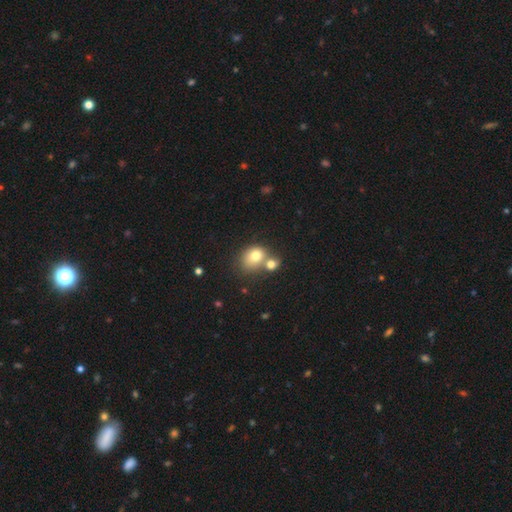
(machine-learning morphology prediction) smooth_or_featured: smooth (p=0.75) [alt: featured or disk p=0.14]
how_rounded: in between (p=0.50) [alt: round p=0.49]
merging: merger (p=0.48) [alt: none p=0.35]